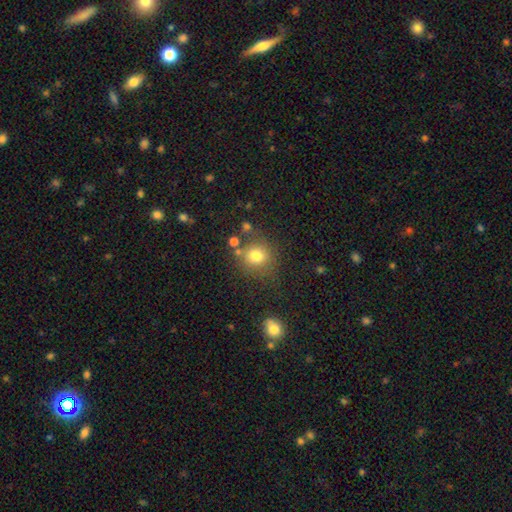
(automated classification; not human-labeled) Smooth or featured: smooth — 77% (star or artifact — 14%)
How rounded: round — 85% (in between — 14%)
Merging: none — 73% (minor disturbance — 13%)